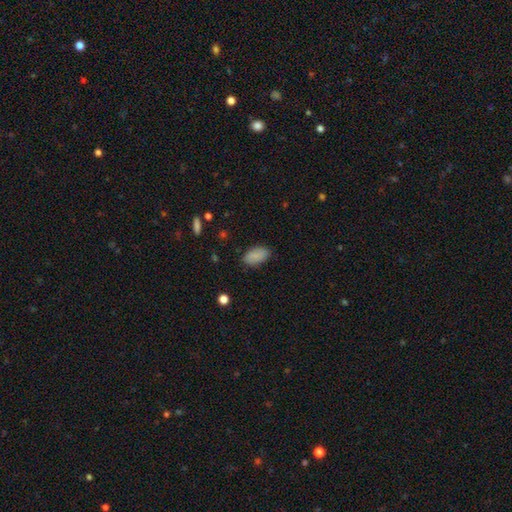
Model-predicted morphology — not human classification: Overall: smooth (81%). How rounded: in between (93%). Merging: none (83%).